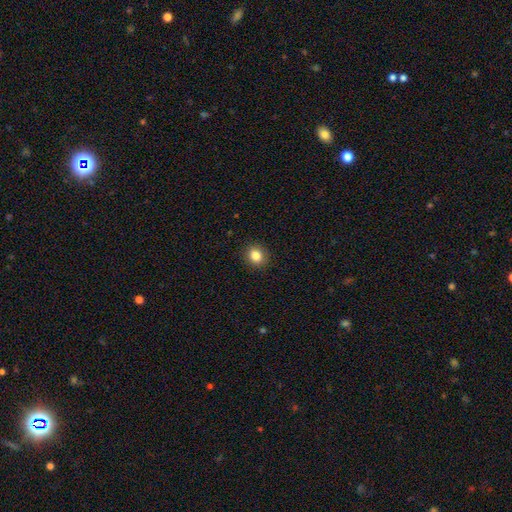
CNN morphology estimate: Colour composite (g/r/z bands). It shows a smooth galaxy with no disk features (85%) that is round (73%). Merging: none (91%).